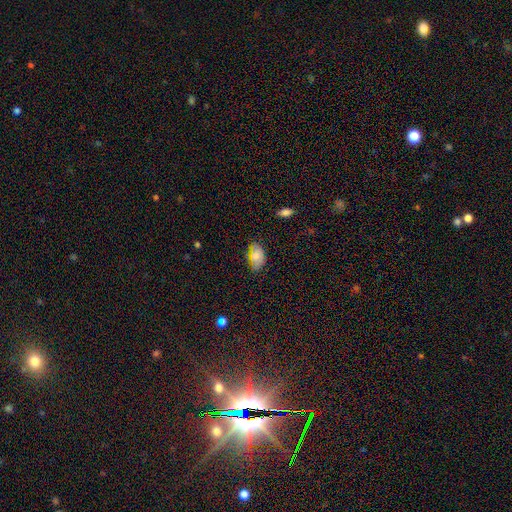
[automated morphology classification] A smooth galaxy with no disk features (80%) that is in between round and cigar-shaped (90%). Merging: none (59%).